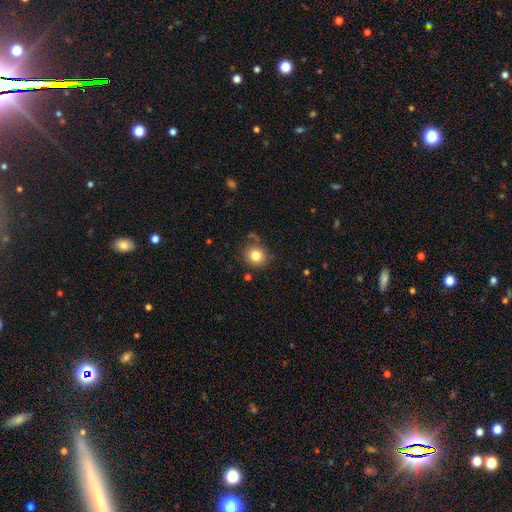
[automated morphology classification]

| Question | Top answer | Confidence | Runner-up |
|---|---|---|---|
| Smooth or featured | smooth | 81% | star or artifact (11%) |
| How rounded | round | 87% | in between (12%) |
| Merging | none | 79% | minor disturbance (13%) |